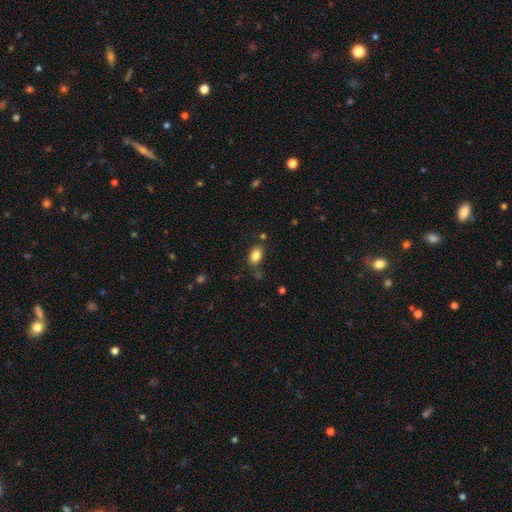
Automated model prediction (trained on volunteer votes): Smooth or featured? Predicted: smooth (p=0.84). How rounded? Predicted: in between (p=0.82). Merging? Predicted: none (p=0.76).